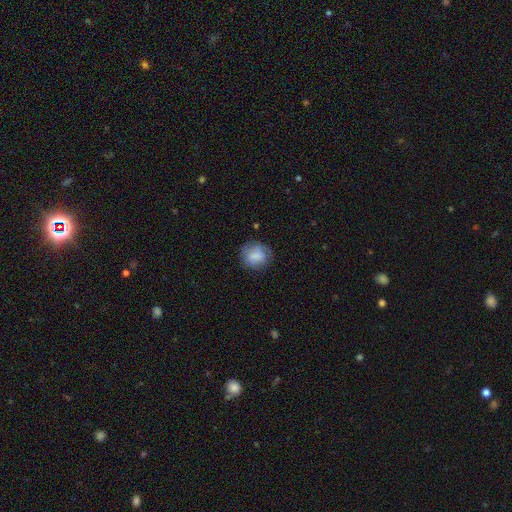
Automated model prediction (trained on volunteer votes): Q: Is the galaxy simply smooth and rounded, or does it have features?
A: smooth — 72%.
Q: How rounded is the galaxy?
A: round — 70%.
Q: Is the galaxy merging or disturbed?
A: none — 67%.